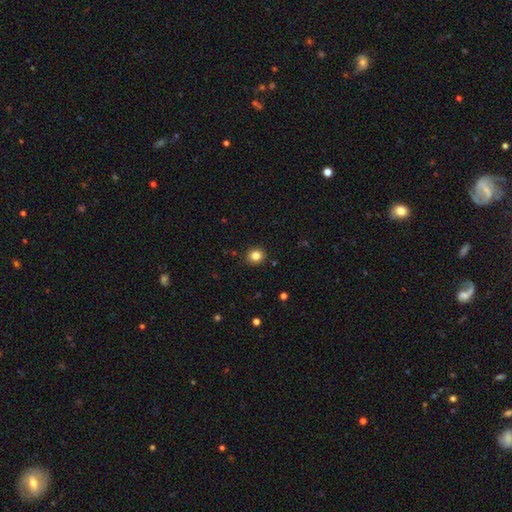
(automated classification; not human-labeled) A smooth galaxy with no disk features (84%) that is round (85%).

Vote fractions:
- Smooth or featured? smooth: 84% / star or artifact: 11% / featured or disk: 5%
- How rounded? round: 85% / in between: 15% / cigar-shaped: 1%
- Merging? none: 91% / minor disturbance: 6% / major disturbance: 2% / merger: 1%